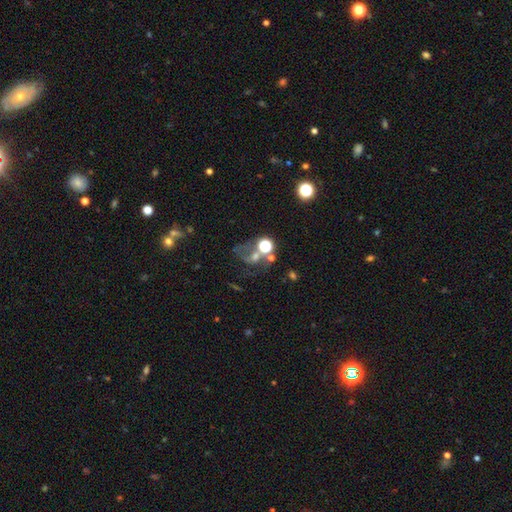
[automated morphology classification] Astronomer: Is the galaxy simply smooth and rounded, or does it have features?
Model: star or artifact — 39% (runner-up: featured or disk, 34%).